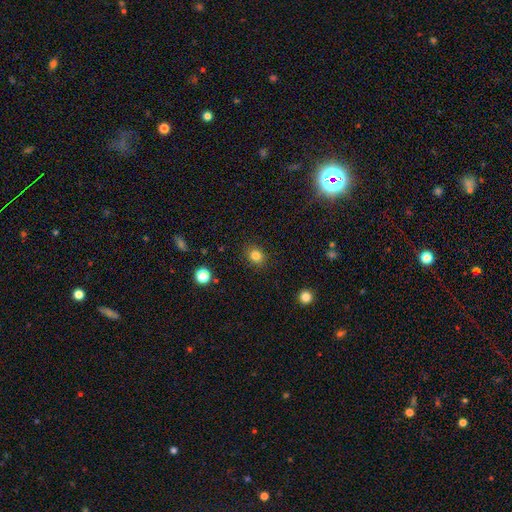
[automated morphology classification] A smooth galaxy with no disk features (83%) that is round (72%).

Vote fractions:
- Smooth or featured? smooth: 83% / star or artifact: 12% / featured or disk: 5%
- How rounded? round: 72% / in between: 27% / cigar-shaped: 1%
- Merging? none: 88% / minor disturbance: 8% / major disturbance: 3% / merger: 1%